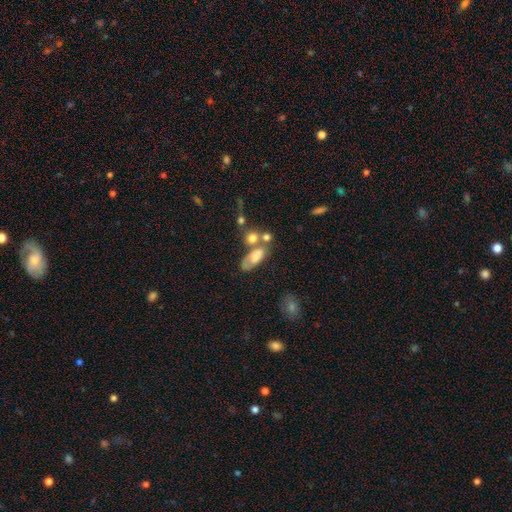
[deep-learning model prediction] This appears to be a smooth galaxy with no disk features (58%) that is in between round and cigar-shaped (80%). Merging: merger (39%).